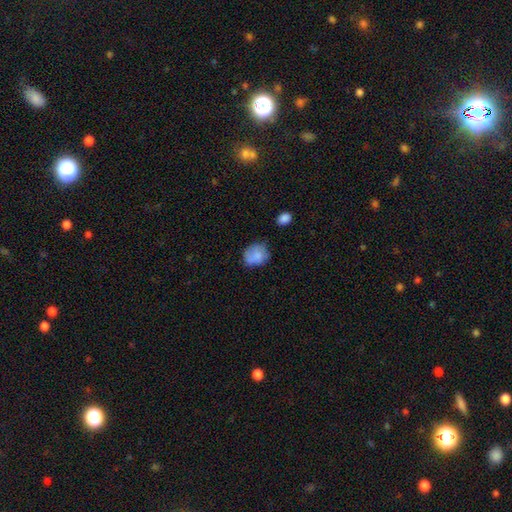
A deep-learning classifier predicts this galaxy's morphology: A smooth galaxy with no disk features (79%) that is round (64%). Merging: none (57%).